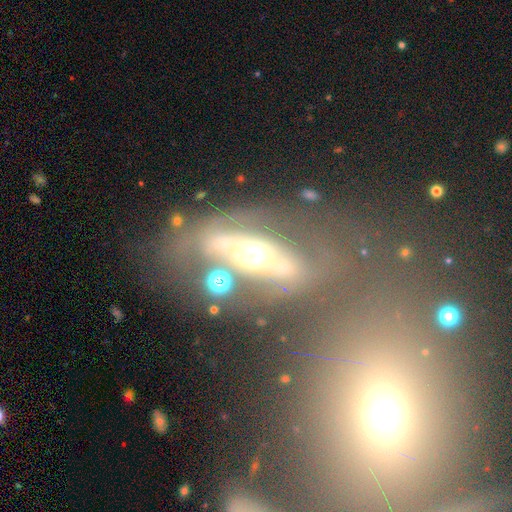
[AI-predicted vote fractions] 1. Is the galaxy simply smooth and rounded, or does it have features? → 71% featured or disk, 19% smooth, 10% star or artifact.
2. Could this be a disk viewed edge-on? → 64% no, 36% yes.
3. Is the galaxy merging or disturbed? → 48% none, 19% major disturbance, 17% merger, 16% minor disturbance.